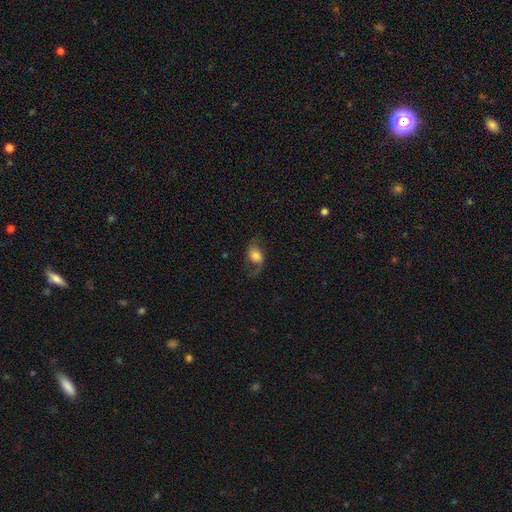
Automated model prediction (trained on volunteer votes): smooth_or_featured: smooth (p=0.51) [alt: featured or disk p=0.39]
how_rounded: in between (p=0.70) [alt: round p=0.28]
merging: none (p=0.52) [alt: major disturbance p=0.23]